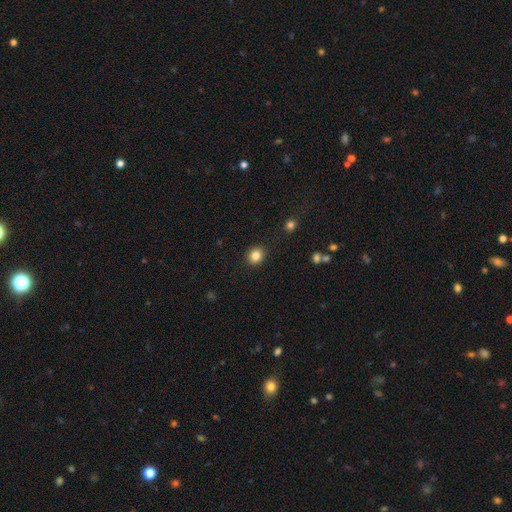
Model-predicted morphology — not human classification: smooth-or-featured: smooth: 84% | star or artifact: 11% | featured or disk: 5%
  how-rounded: round: 75% | in between: 24% | cigar-shaped: 1%
  merging: none: 89% | minor disturbance: 7% | major disturbance: 2% | merger: 1%